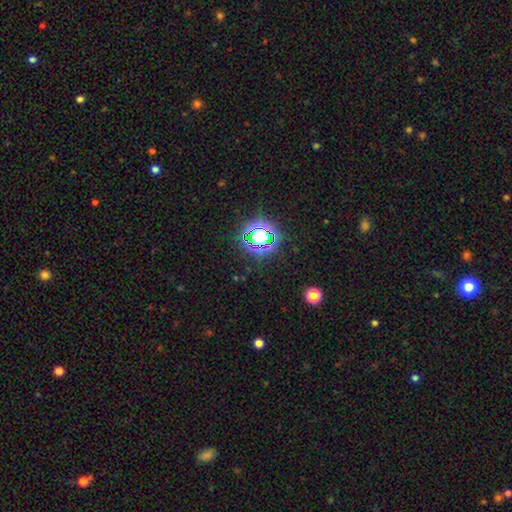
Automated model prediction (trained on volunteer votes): star or artifact 79%, smooth 14%, featured or disk 7%.